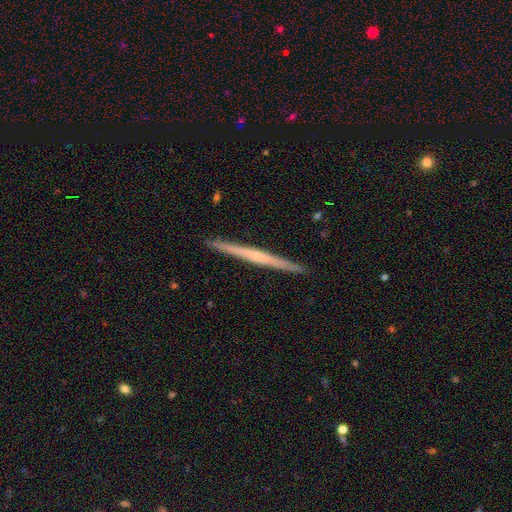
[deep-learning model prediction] Overall: featured or disk (62%; smooth 33%). Edge-on disk: yes (98%). Edge-on bulge: none (72%). Merging: none (93%).